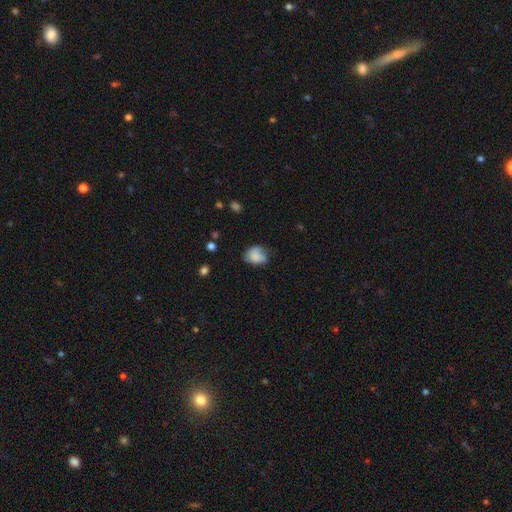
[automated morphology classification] A smooth galaxy with no disk features (76%) that is in between round and cigar-shaped (59%). Merging: none (48%).